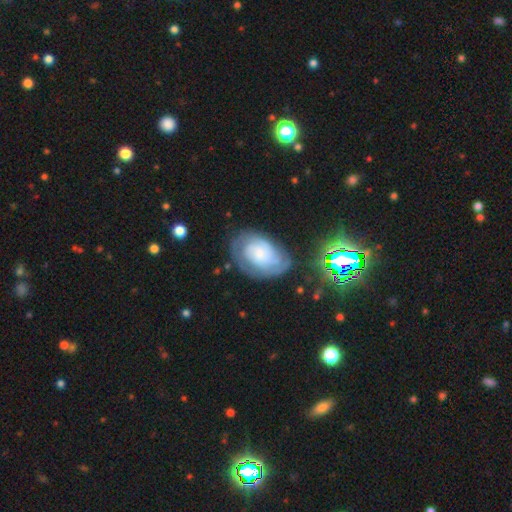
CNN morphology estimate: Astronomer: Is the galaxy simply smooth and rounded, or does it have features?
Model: featured or disk — 65%.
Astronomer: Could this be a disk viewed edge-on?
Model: no — 97%.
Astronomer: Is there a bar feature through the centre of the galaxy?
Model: no — 76%.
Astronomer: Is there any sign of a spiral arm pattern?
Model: yes — 87%.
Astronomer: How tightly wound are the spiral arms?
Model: tight — 65%.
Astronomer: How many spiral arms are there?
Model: can't tell — 43% (runner-up: 2, 29%).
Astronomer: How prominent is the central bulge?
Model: small — 42% (runner-up: none, 21%).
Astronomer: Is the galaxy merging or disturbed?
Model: none — 65%.